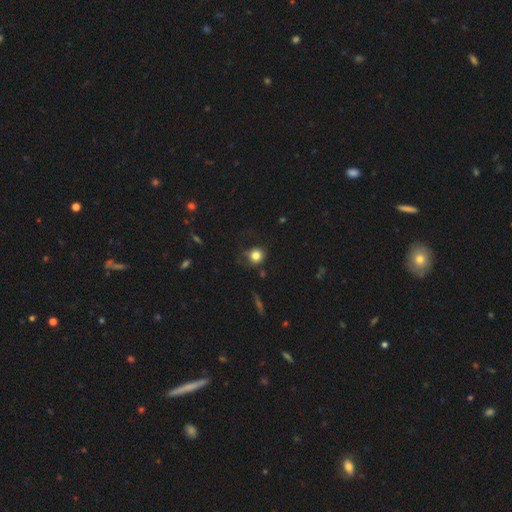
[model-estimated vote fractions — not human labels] Smooth or featured?
  - smooth: 81% *
  - star or artifact: 11%
  - featured or disk: 8%
How rounded?
  - round: 89% *
  - in between: 10%
  - cigar-shaped: 1%
Merging?
  - none: 65% *
  - minor disturbance: 21%
  - major disturbance: 10%
  - merger: 3%